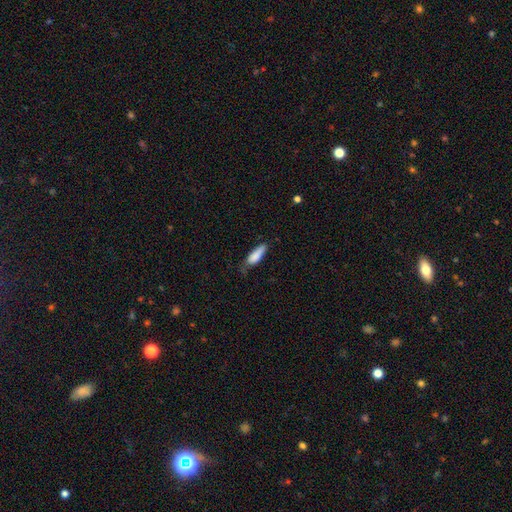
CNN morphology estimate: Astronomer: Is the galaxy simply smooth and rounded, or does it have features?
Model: smooth — 85%.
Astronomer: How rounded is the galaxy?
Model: in between — 51% (runner-up: cigar-shaped, 47%).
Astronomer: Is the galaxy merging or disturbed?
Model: none — 55% (runner-up: minor disturbance, 35%).